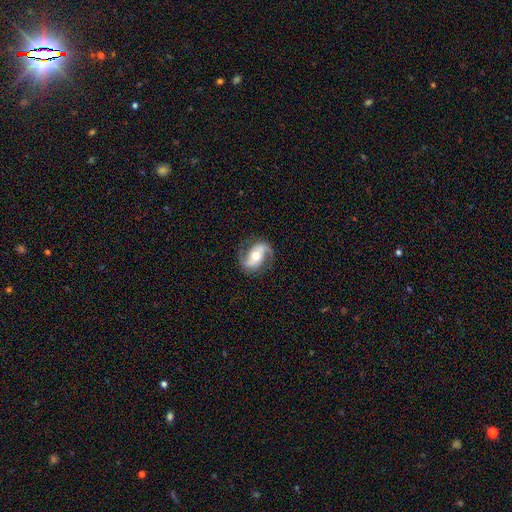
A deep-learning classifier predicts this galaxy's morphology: This appears to be a featured or disk galaxy (82%) with no bar (40%), 2 (91%) loose (46%) spiral arms (94%) and a moderate central bulge (72%). Merging: none (80%).